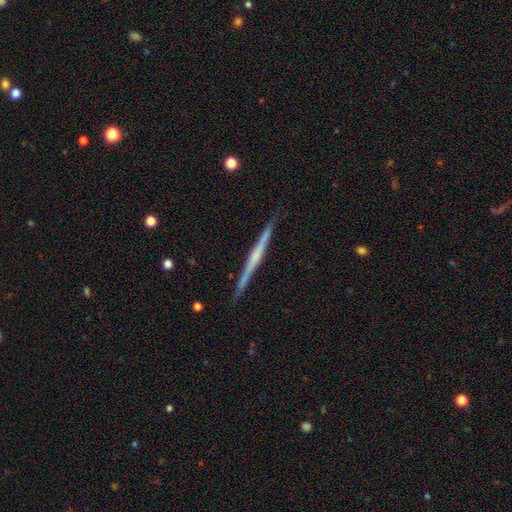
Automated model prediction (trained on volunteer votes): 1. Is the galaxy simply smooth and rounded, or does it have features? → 73% featured or disk, 22% smooth, 5% star or artifact.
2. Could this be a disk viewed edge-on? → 98% yes, 2% no.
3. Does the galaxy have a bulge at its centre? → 47% none, 41% rounded, 12% boxy.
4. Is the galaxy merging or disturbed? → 89% none, 8% minor disturbance, 1% major disturbance, 1% merger.